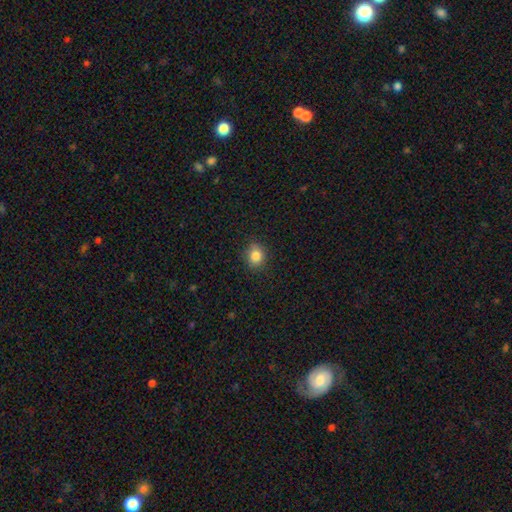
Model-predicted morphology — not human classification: This appears to be a smooth galaxy with no disk features (85%) that is round (67%). Merging: none (84%).